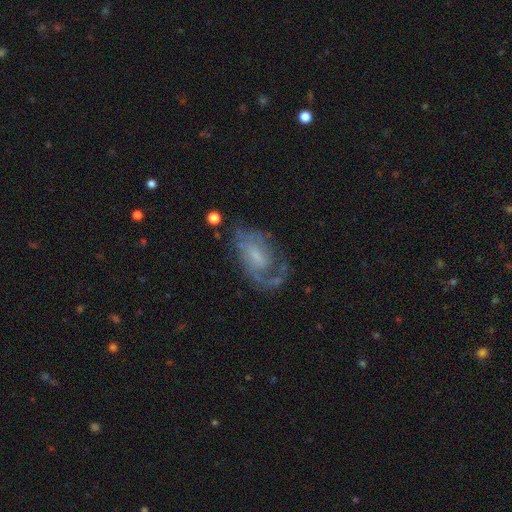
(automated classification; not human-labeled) Smooth or featured?
  - featured or disk: 73% *
  - smooth: 19%
  - star or artifact: 8%
Edge-on disk?
  - no: 96% *
  - yes: 4%
Bar?
  - no: 49% *
  - weak: 42%
  - strong: 8%
Spiral arms?
  - yes: 86% *
  - no: 14%
Spiral winding?
  - medium: 43% *
  - tight: 31%
  - loose: 25%
Spiral arm count?
  - 1: 46% *
  - 2: 29%
  - can't tell: 18%
  - 3: 4%
  - 4: 2%
  - more than 4: 2%
Bulge size?
  - small: 46% *
  - moderate: 25%
  - none: 24%
  - large: 4%
  - dominant: 1%
Merging?
  - none: 53% *
  - major disturbance: 24%
  - minor disturbance: 21%
  - merger: 3%